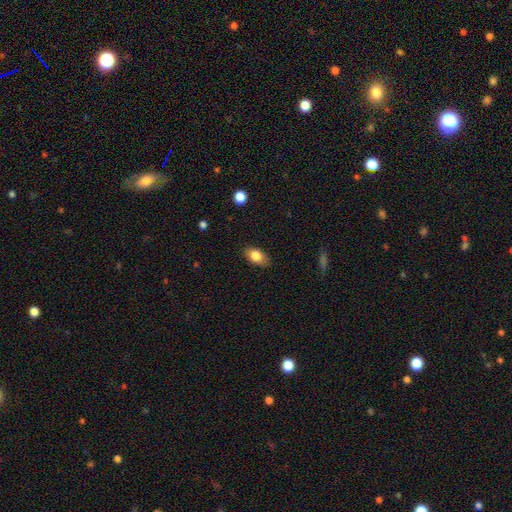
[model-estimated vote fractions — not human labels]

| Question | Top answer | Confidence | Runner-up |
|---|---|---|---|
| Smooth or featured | smooth | 82% | featured or disk (11%) |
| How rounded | in between | 89% | round (8%) |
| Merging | none | 84% | minor disturbance (12%) |